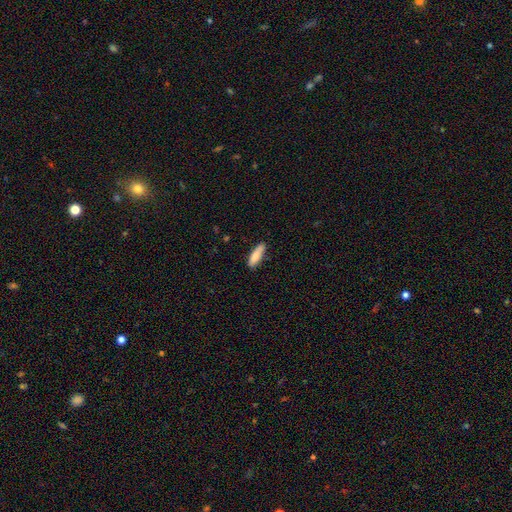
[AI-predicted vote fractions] The model was most divided on "how rounded": cigar-shaped: 57%, in between: 41%, round: 2%. More confident: smooth or featured — smooth (83%); merging — none (78%).